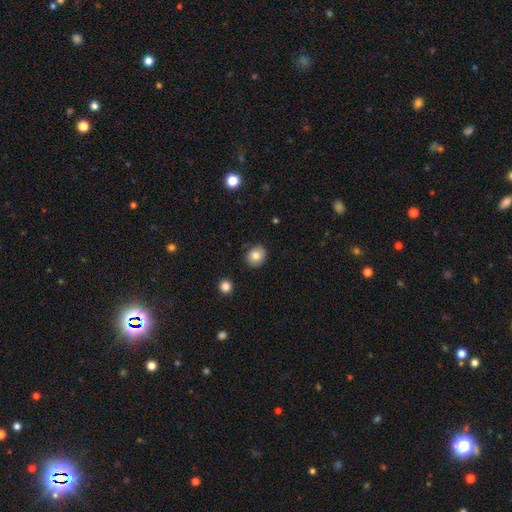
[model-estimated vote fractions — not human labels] Q: Smooth or featured?
A: smooth (80%); runner-up: featured or disk (10%)
Q: How rounded?
A: round (73%); runner-up: in between (26%)
Q: Merging?
A: none (85%); runner-up: minor disturbance (11%)